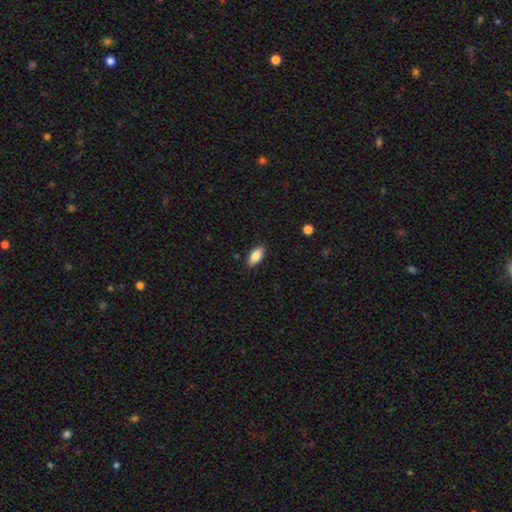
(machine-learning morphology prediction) The model was most divided on "smooth or featured": smooth: 84%, featured or disk: 9%, star or artifact: 7%. More confident: how rounded — in between (90%); merging — none (87%).